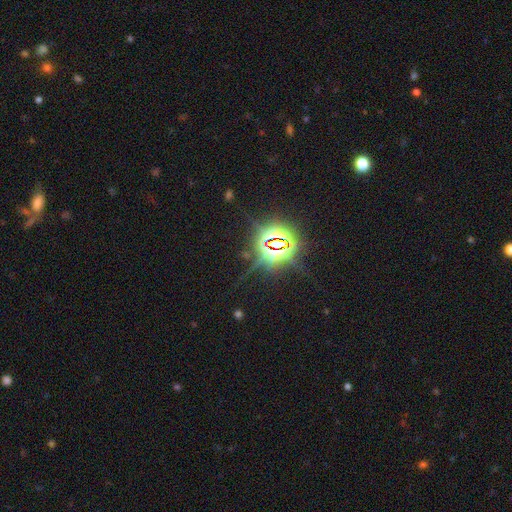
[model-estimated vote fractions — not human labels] A star or artifact, not a galaxy (84%).

Vote fractions:
- Smooth or featured? star or artifact: 84% / smooth: 9% / featured or disk: 7%